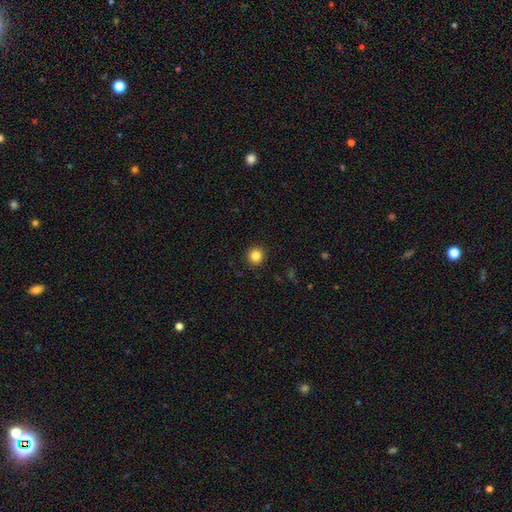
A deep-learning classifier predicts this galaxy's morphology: Smooth or featured?
  - smooth: 84% *
  - star or artifact: 11%
  - featured or disk: 4%
How rounded?
  - round: 94% *
  - in between: 5%
  - cigar-shaped: 1%
Merging?
  - none: 92% *
  - minor disturbance: 5%
  - major disturbance: 2%
  - merger: 1%